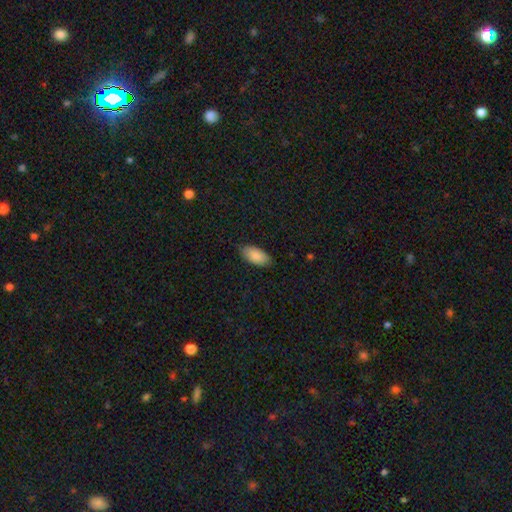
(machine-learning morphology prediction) Smooth or featured?
  - smooth: 87% *
  - featured or disk: 7%
  - star or artifact: 6%
How rounded?
  - in between: 93% *
  - cigar-shaped: 5%
  - round: 2%
Merging?
  - none: 82% *
  - minor disturbance: 15%
  - major disturbance: 2%
  - merger: 1%